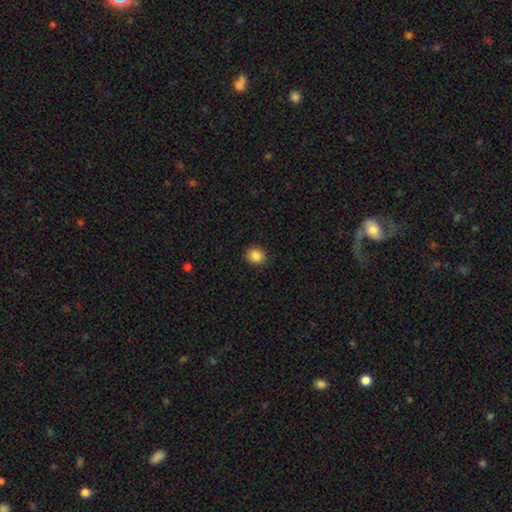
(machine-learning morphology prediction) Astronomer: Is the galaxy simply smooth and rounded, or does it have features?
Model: smooth — 87%.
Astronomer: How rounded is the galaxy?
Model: round — 76%.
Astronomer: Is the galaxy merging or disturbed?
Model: none — 91%.